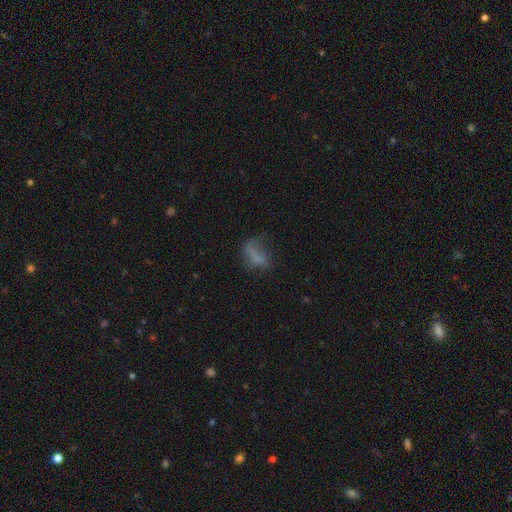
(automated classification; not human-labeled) Smooth or featured?
  - smooth: 58% *
  - featured or disk: 26%
  - star or artifact: 16%
How rounded?
  - in between: 66% *
  - cigar-shaped: 20%
  - round: 13%
Merging?
  - none: 43% *
  - major disturbance: 27%
  - minor disturbance: 25%
  - merger: 5%